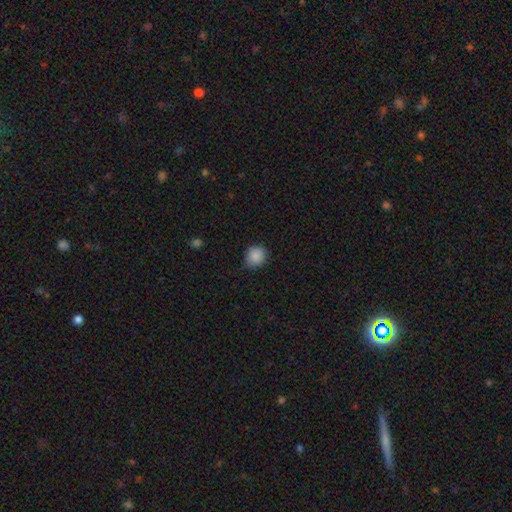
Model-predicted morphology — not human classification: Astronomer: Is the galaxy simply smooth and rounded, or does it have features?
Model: smooth — 87%.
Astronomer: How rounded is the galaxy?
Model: round — 88%.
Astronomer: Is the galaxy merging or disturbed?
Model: none — 83%.